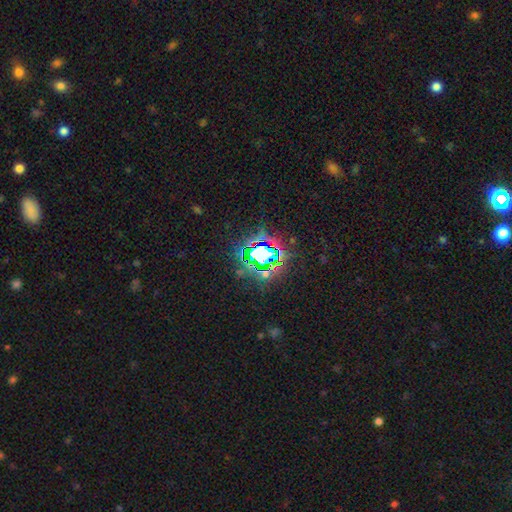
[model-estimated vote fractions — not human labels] Morphology: type=star or artifact (75%).